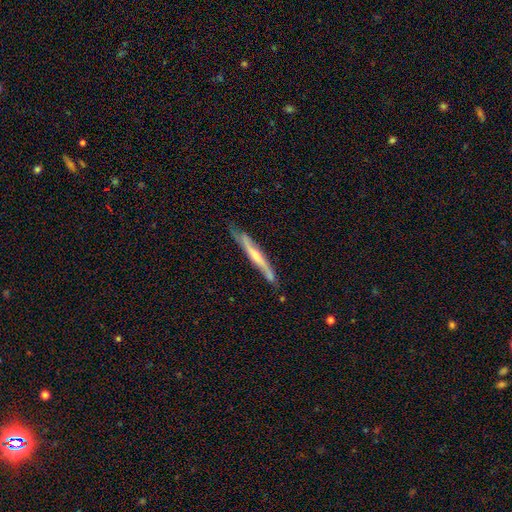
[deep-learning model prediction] smooth_or_featured: featured or disk (p=0.66) [alt: smooth p=0.29]
disk_edge_on: yes (p=0.81) [alt: no p=0.19]
edge_on_bulge: rounded (p=0.54) [alt: none p=0.38]
merging: none (p=0.66) [alt: minor disturbance p=0.25]